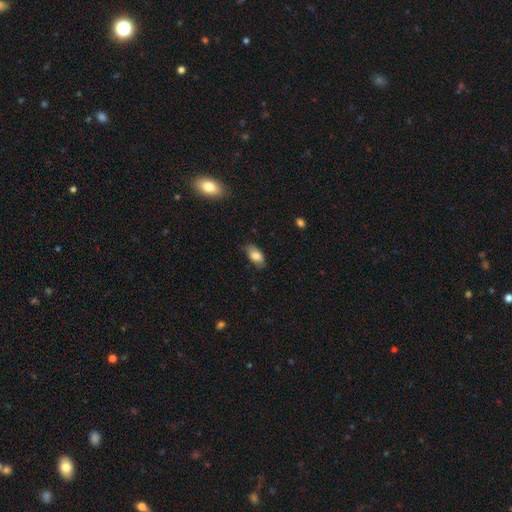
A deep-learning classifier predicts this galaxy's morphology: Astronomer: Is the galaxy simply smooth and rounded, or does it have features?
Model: smooth — 82%.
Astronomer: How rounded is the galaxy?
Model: in between — 91%.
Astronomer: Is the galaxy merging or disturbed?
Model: none — 71%.